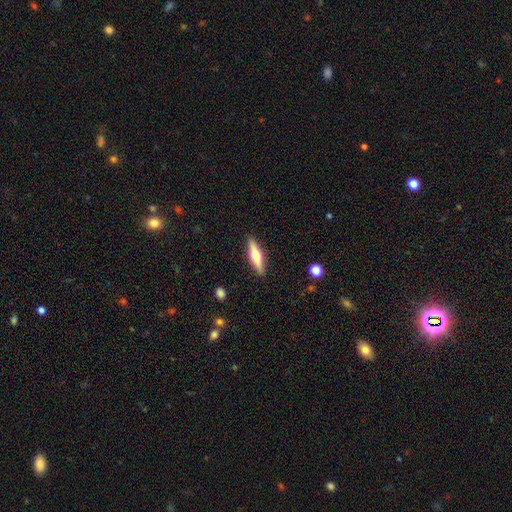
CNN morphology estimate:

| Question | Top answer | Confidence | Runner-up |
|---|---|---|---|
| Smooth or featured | featured or disk | 49% | smooth (46%) |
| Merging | none | 89% | minor disturbance (8%) |